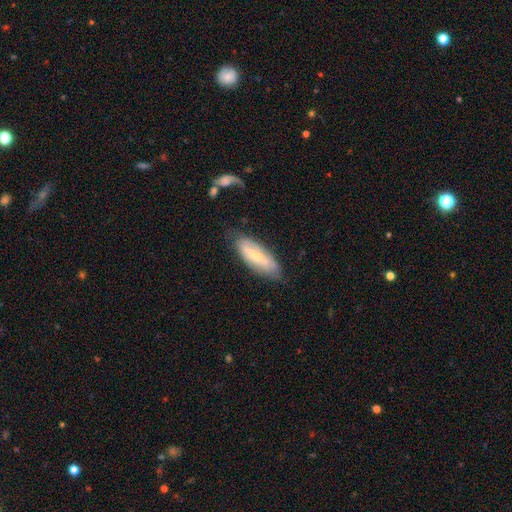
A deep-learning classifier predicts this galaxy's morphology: smooth 47%, featured or disk 46%, star or artifact 7%. Down the decision tree: merging — none (63%).